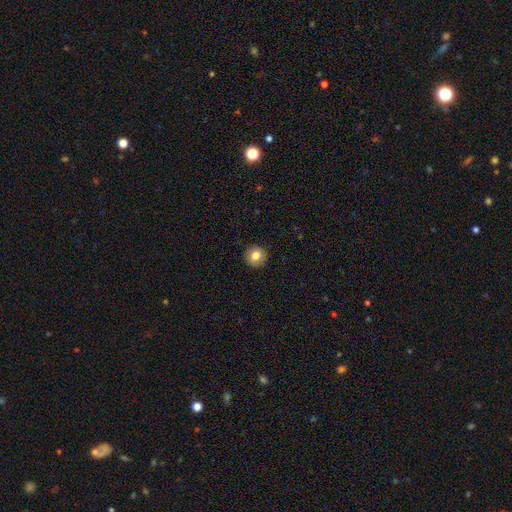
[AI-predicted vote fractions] The model was most divided on "smooth or featured": smooth: 81%, featured or disk: 10%, star or artifact: 9%. More confident: how rounded — round (94%); merging — none (92%).